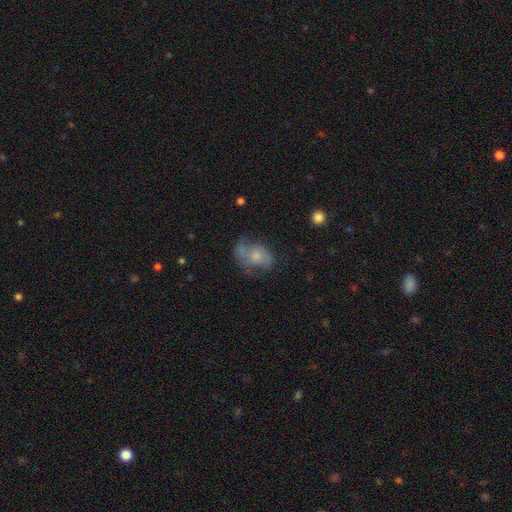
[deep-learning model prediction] smooth_or_featured: featured or disk (p=0.50) [alt: smooth p=0.41]
disk_edge_on: no (p=0.96) [alt: yes p=0.04]
merging: none (p=0.47) [alt: minor disturbance p=0.28]